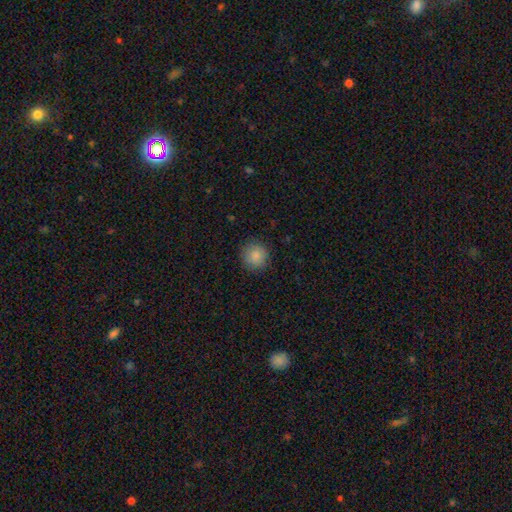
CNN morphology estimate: Smooth or featured? Predicted: smooth (p=0.87). How rounded? Predicted: round (p=0.94). Merging? Predicted: none (p=0.90).